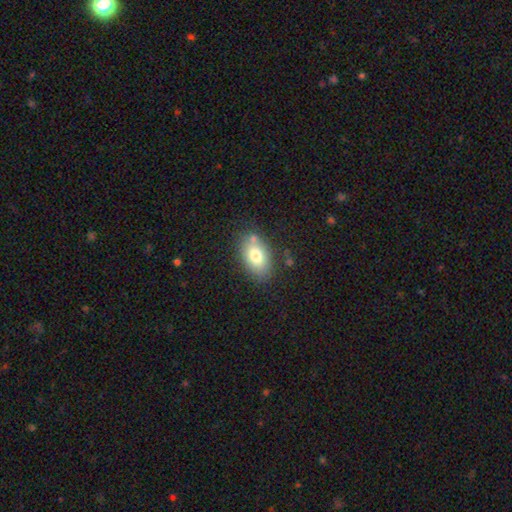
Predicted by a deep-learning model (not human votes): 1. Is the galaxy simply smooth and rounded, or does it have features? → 76% smooth, 16% featured or disk, 9% star or artifact.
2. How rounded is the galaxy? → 89% in between, 9% round, 2% cigar-shaped.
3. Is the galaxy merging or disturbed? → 73% none, 15% minor disturbance, 7% merger, 4% major disturbance.